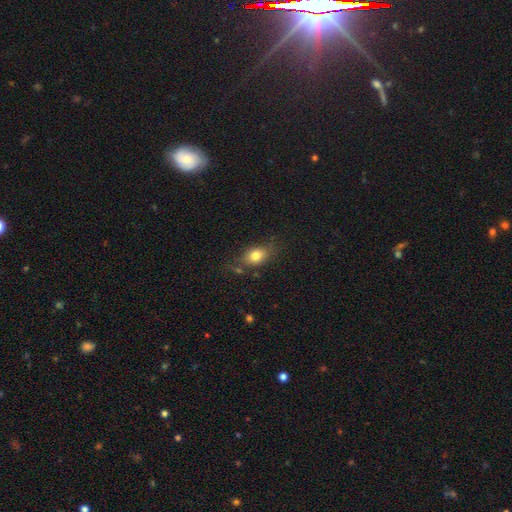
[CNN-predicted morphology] Smooth or featured: smooth — 78% (featured or disk — 12%)
How rounded: in between — 69% (round — 28%)
Merging: none — 68% (minor disturbance — 21%)